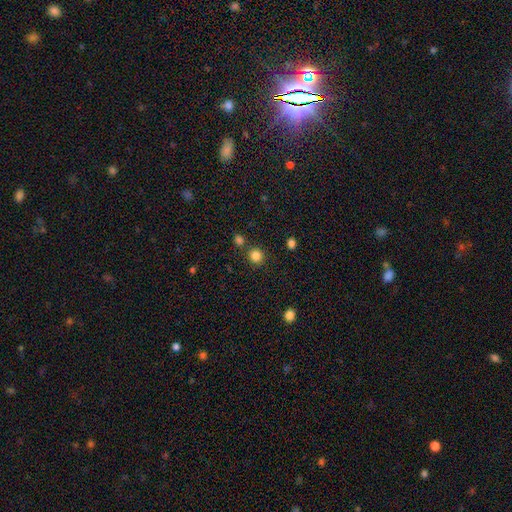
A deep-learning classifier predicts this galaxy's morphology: type=smooth (83%); roundness=round (90%); merging=none (81%).